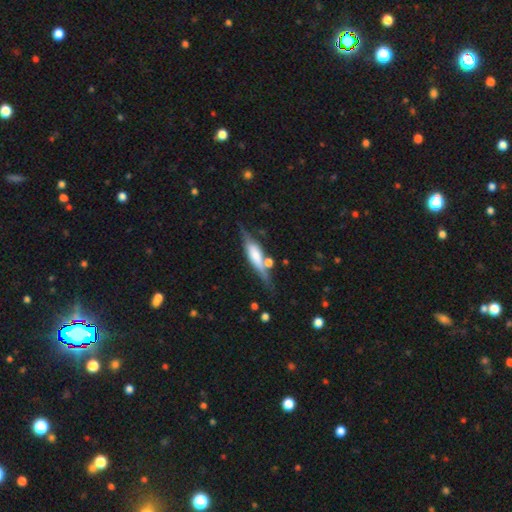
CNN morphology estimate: smooth-or-featured: featured or disk: 61% | smooth: 32% | star or artifact: 7%
  disk-edge-on: yes: 92% | no: 8%
    edge-on-bulge: rounded: 49% | boxy: 42% | none: 9%
  merging: none: 67% | minor disturbance: 18% | merger: 9% | major disturbance: 6%